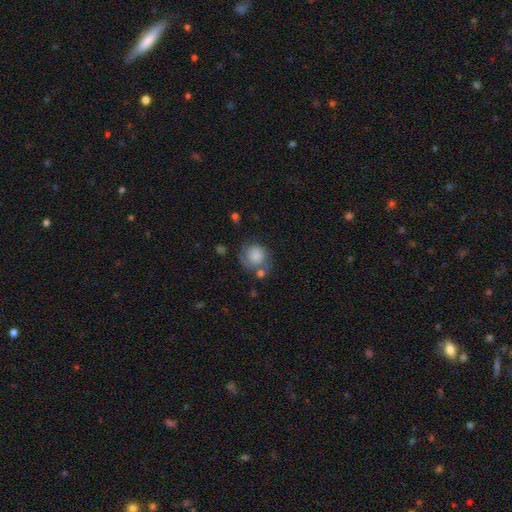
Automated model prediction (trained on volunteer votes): smooth_or_featured: smooth (p=0.65) [alt: featured or disk p=0.27]
how_rounded: round (p=0.82) [alt: in between p=0.17]
merging: none (p=0.50) [alt: minor disturbance p=0.25]